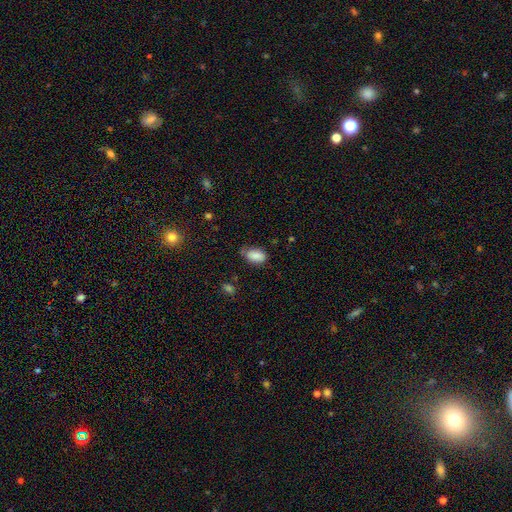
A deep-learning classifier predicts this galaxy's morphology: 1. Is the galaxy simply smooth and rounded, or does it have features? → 85% smooth, 8% star or artifact, 7% featured or disk.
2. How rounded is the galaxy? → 90% in between, 8% round, 2% cigar-shaped.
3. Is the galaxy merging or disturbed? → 60% none, 29% minor disturbance, 7% major disturbance, 4% merger.